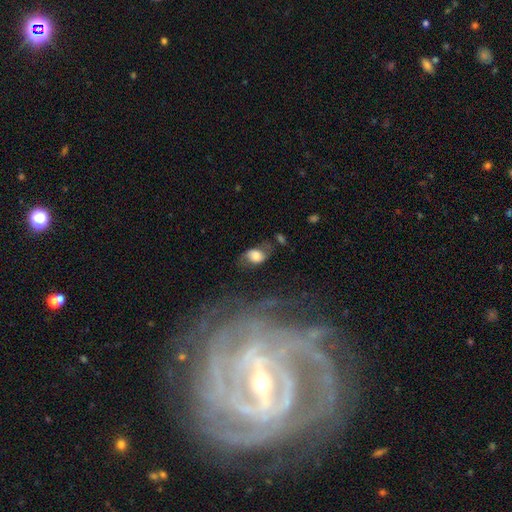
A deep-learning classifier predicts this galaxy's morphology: Smooth or featured? smooth (56%)
How rounded? in between (76%)
Merging? none (50%)